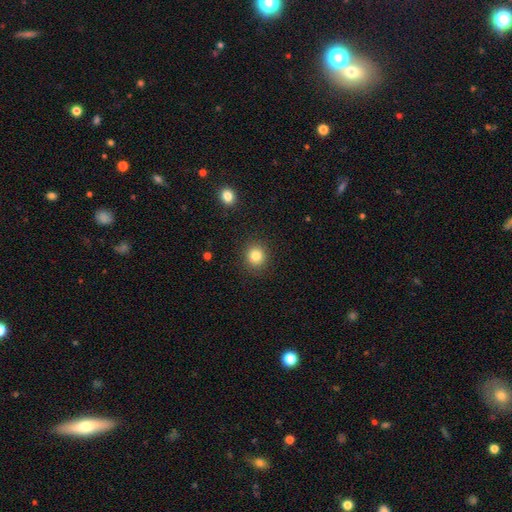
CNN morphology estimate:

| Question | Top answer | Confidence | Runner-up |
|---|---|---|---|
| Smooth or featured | smooth | 83% | star or artifact (11%) |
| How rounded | round | 87% | in between (12%) |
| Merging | none | 89% | minor disturbance (7%) |